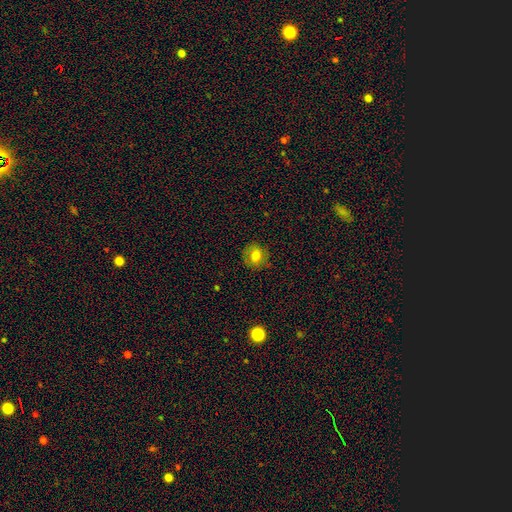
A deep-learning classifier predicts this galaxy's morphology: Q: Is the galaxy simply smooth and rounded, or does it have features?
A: smooth — 75%.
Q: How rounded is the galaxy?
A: round — 70%.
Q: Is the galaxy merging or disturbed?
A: none — 83%.